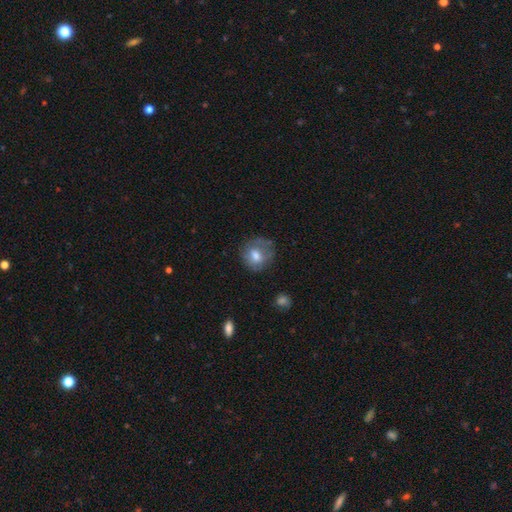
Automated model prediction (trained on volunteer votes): A smooth galaxy with no disk features (65%) that is round (75%).

Vote fractions:
- Smooth or featured? smooth: 65% / featured or disk: 26% / star or artifact: 9%
- How rounded? round: 75% / in between: 24% / cigar-shaped: 1%
- Merging? none: 62% / minor disturbance: 24% / major disturbance: 12% / merger: 2%